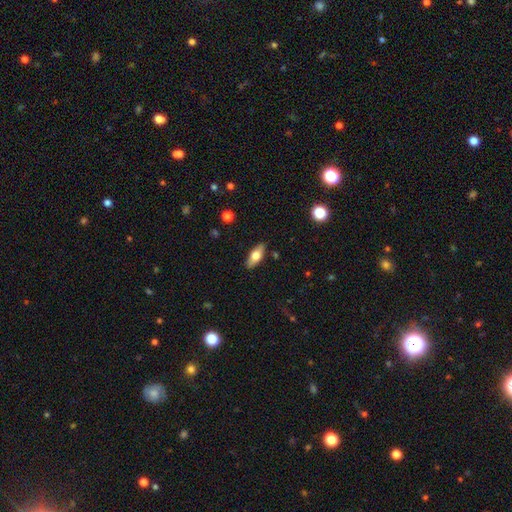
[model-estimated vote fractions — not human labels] smooth 67%, featured or disk 27%, star or artifact 6%. Down the decision tree: how rounded — in between (77%); merging — none (87%).